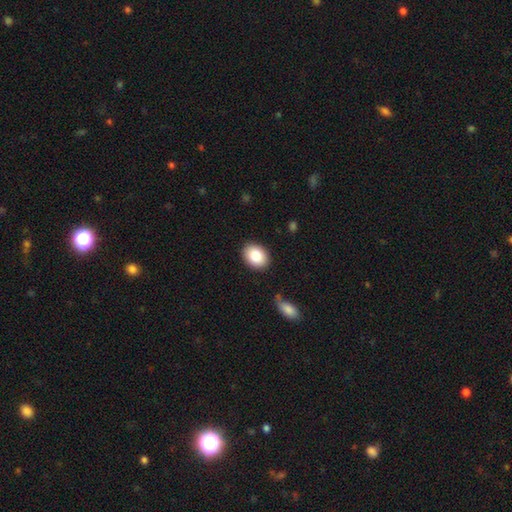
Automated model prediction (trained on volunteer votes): A smooth galaxy with no disk features (84%) that is in between round and cigar-shaped (67%).

Vote fractions:
- Smooth or featured? smooth: 84% / featured or disk: 9% / star or artifact: 8%
- How rounded? in between: 67% / round: 32% / cigar-shaped: 1%
- Merging? none: 87% / minor disturbance: 9% / major disturbance: 2% / merger: 2%